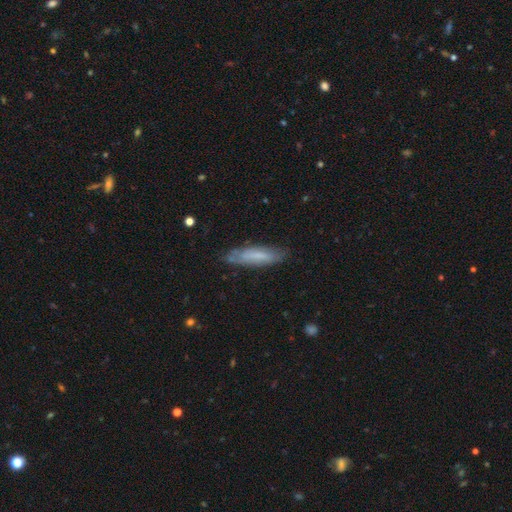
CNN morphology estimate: type=smooth (60%); roundness=cigar-shaped (69%); merging=none (74%).